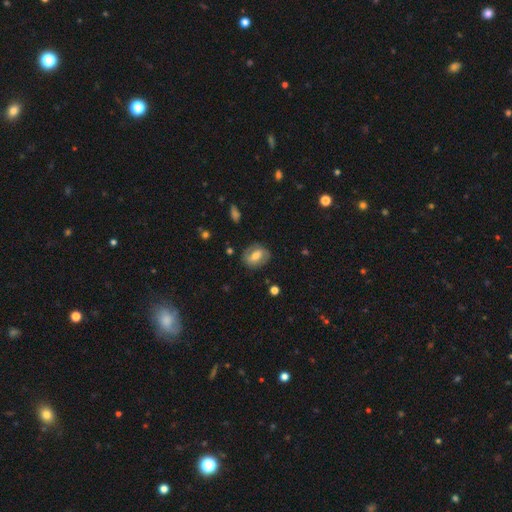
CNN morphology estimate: A smooth galaxy with no disk features (50%) that is in between round and cigar-shaped (57%).

Vote fractions:
- Smooth or featured? smooth: 50% / featured or disk: 42% / star or artifact: 8%
- How rounded? in between: 57% / round: 41% / cigar-shaped: 2%
- Merging? none: 80% / minor disturbance: 14% / major disturbance: 5% / merger: 1%